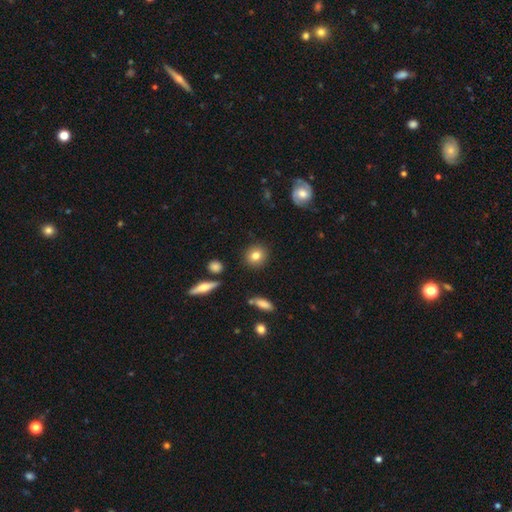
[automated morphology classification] This appears to be a smooth galaxy with no disk features (79%) that is round (85%). Merging: none (89%).